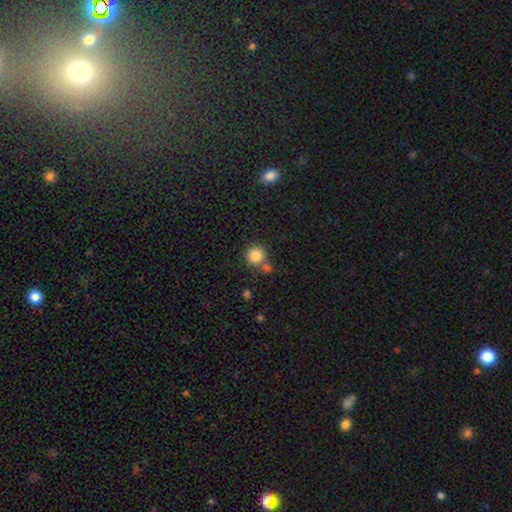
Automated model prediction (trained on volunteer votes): A smooth galaxy with no disk features (84%) that is round (93%).

Vote fractions:
- Smooth or featured? smooth: 84% / star or artifact: 10% / featured or disk: 5%
- How rounded? round: 93% / in between: 6% / cigar-shaped: 1%
- Merging? none: 65% / merger: 22% / minor disturbance: 10% / major disturbance: 3%